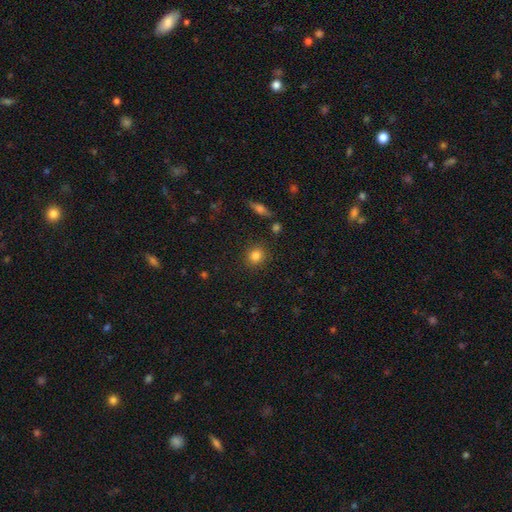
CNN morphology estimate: smooth_or_featured: smooth (p=0.83) [alt: star or artifact p=0.11]
how_rounded: round (p=0.82) [alt: in between p=0.17]
merging: none (p=0.87) [alt: minor disturbance p=0.08]